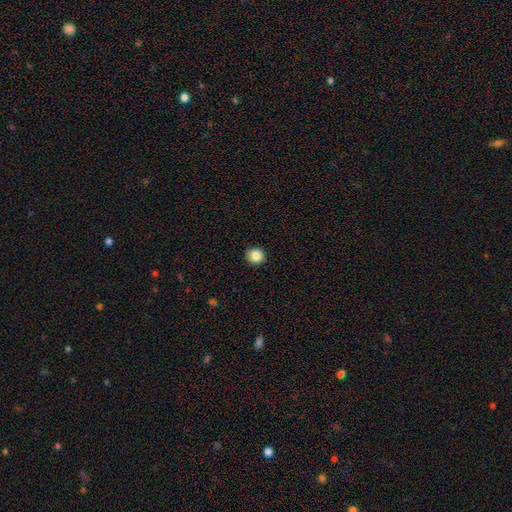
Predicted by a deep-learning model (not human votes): The model was most divided on "how rounded": round: 85%, in between: 14%, cigar-shaped: 1%. More confident: merging — none (91%); smooth or featured — smooth (85%).